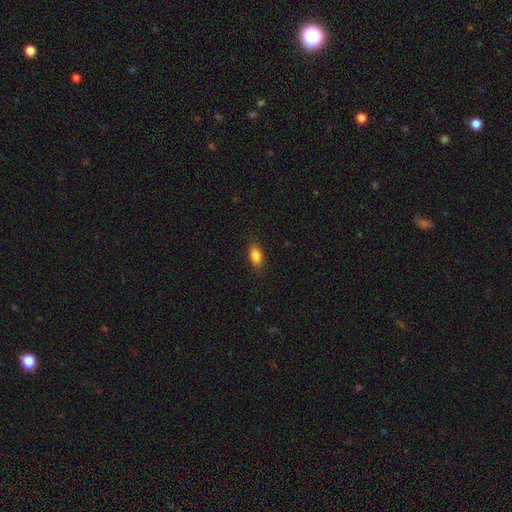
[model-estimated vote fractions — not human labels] Morphology: type=smooth (85%); roundness=in between (87%); merging=none (86%).